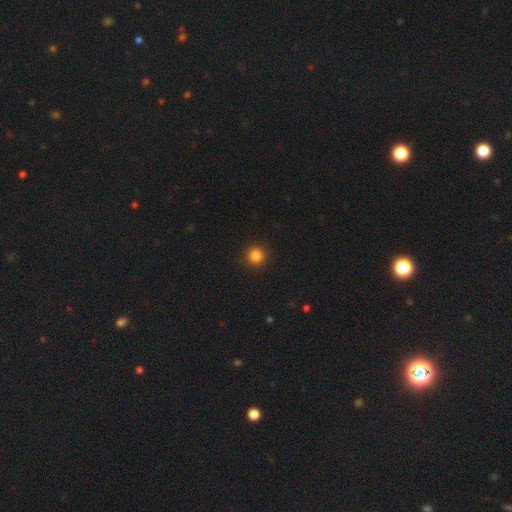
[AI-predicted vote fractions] A smooth galaxy with no disk features (84%) that is round (95%).

Vote fractions:
- Smooth or featured? smooth: 84% / star or artifact: 13% / featured or disk: 4%
- How rounded? round: 95% / in between: 4% / cigar-shaped: 1%
- Merging? none: 93% / minor disturbance: 4% / major disturbance: 2% / merger: 1%